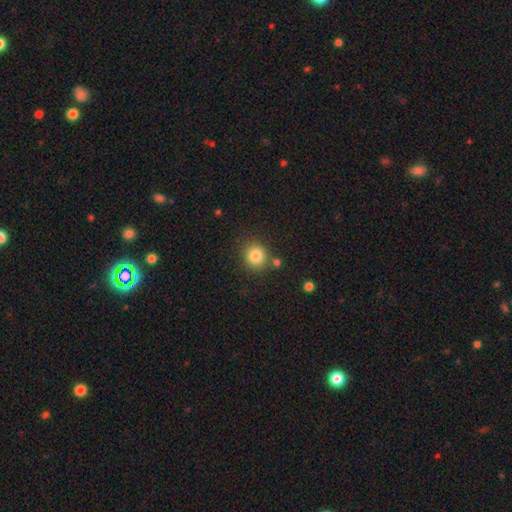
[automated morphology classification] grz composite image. It shows a smooth galaxy with no disk features (83%) that is round (87%). Merging: none (79%).